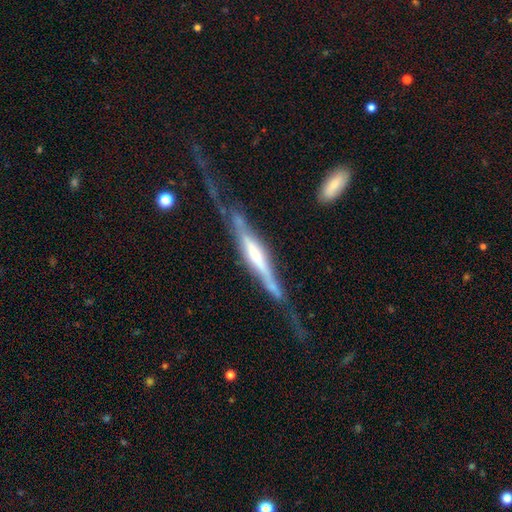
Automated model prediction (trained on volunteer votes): Smooth or featured: featured or disk — 78% (smooth — 17%)
Edge-on disk: yes — 92% (no — 8%)
Edge-on bulge: boxy — 44% (rounded — 36%)
Merging: none — 51% (minor disturbance — 25%)